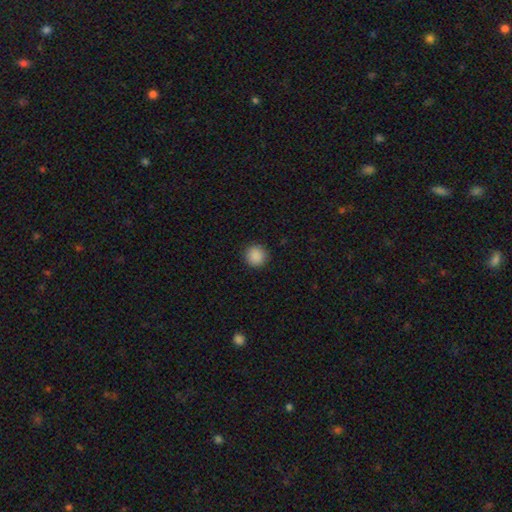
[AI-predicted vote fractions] Smooth or featured?
  - smooth: 89% *
  - star or artifact: 9%
  - featured or disk: 2%
How rounded?
  - round: 94% *
  - in between: 5%
  - cigar-shaped: 1%
Merging?
  - none: 92% *
  - minor disturbance: 5%
  - major disturbance: 2%
  - merger: 1%